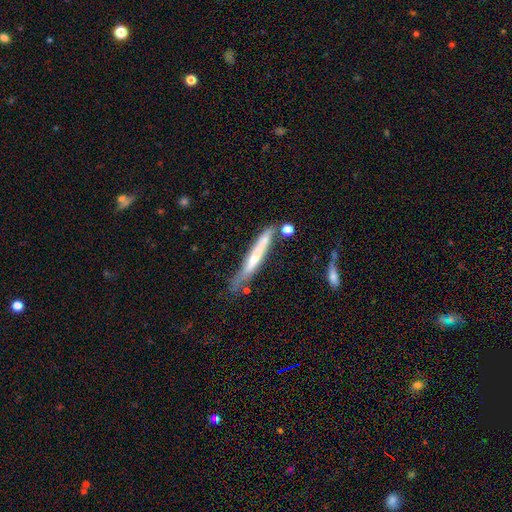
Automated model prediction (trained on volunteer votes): Q: Smooth or featured?
A: featured or disk (52%); runner-up: smooth (42%)
Q: Edge-on disk?
A: yes (89%); runner-up: no (11%)
Q: Merging?
A: none (63%); runner-up: minor disturbance (23%)